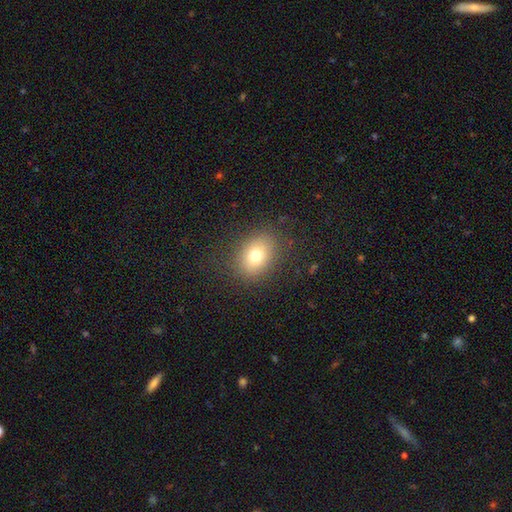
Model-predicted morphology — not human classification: Q: Smooth or featured?
A: smooth (75%); runner-up: featured or disk (13%)
Q: How rounded?
A: in between (60%); runner-up: round (39%)
Q: Merging?
A: none (84%); runner-up: minor disturbance (10%)